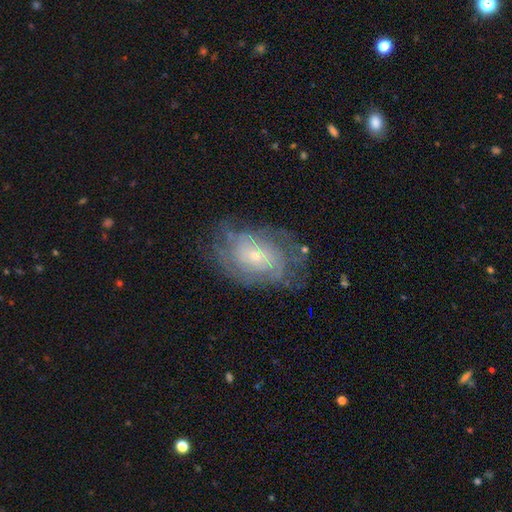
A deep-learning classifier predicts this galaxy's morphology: Smooth or featured?
  - featured or disk: 72% *
  - smooth: 20%
  - star or artifact: 8%
Edge-on disk?
  - no: 96% *
  - yes: 4%
Bar?
  - no: 76% *
  - weak: 20%
  - strong: 4%
Spiral arms?
  - yes: 81% *
  - no: 19%
Spiral winding?
  - tight: 63% *
  - medium: 27%
  - loose: 10%
Spiral arm count?
  - can't tell: 57% *
  - 2: 14%
  - 3: 10%
  - 4: 10%
  - more than 4: 6%
  - 1: 4%
Bulge size?
  - small: 75% *
  - moderate: 20%
  - large: 2%
  - none: 2%
  - dominant: 1%
Merging?
  - none: 67% *
  - minor disturbance: 20%
  - major disturbance: 11%
  - merger: 2%